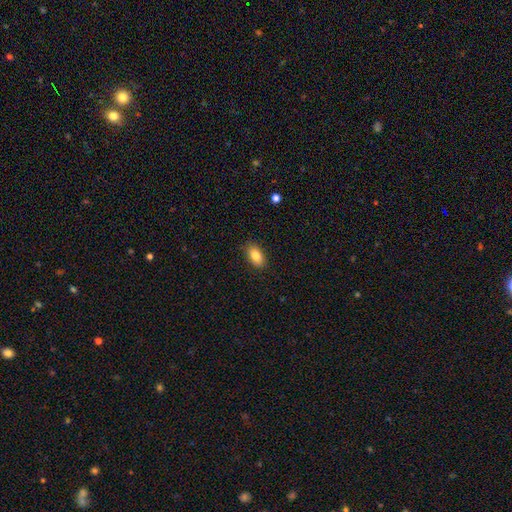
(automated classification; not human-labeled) Smooth or featured: smooth — 83% (featured or disk — 9%)
How rounded: in between — 89% (round — 8%)
Merging: none — 85% (minor disturbance — 12%)